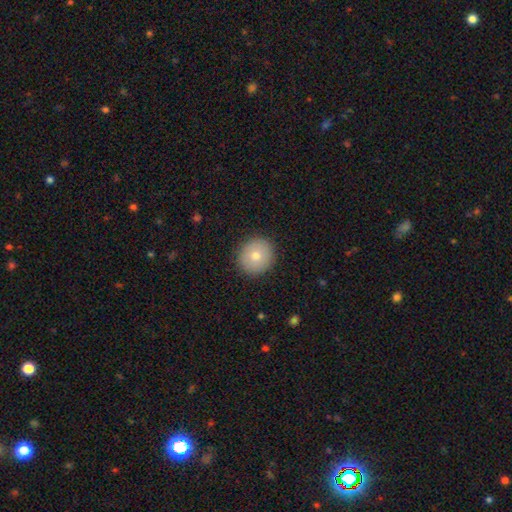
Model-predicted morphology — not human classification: smooth 75%, featured or disk 16%, star or artifact 9%. Down the decision tree: how rounded — round (90%); merging — none (92%).